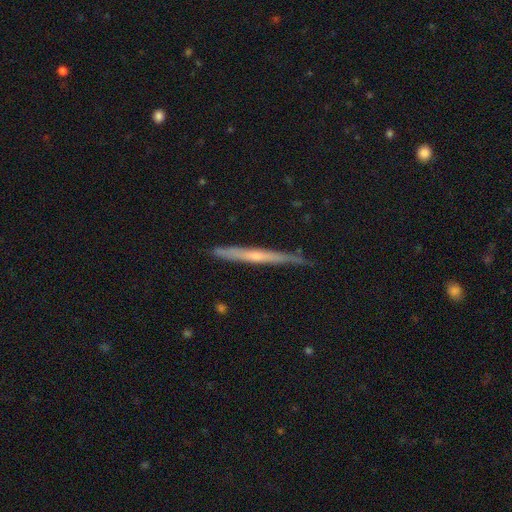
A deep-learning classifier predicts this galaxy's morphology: The model was most divided on "edge-on bulge": none: 52%, rounded: 42%, boxy: 6%. More confident: edge-on disk — yes (97%); merging — none (87%); smooth or featured — featured or disk (65%).